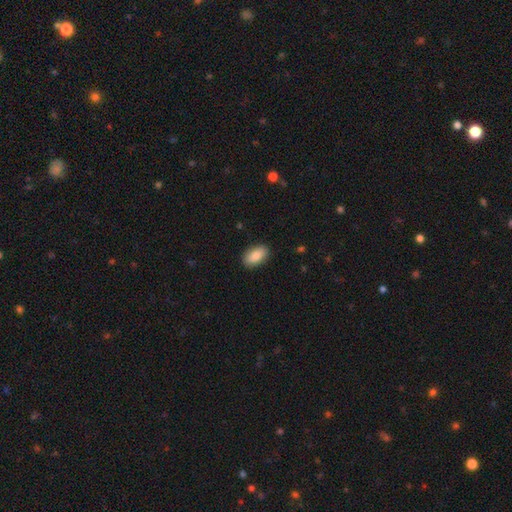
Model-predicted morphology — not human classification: This appears to be a smooth galaxy with no disk features (84%) that is in between round and cigar-shaped (92%). Merging: none (88%).